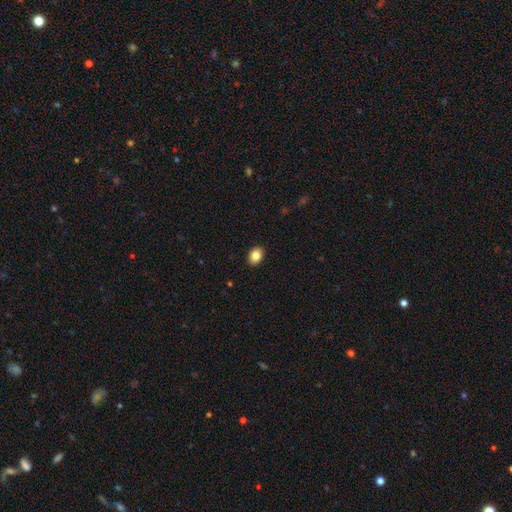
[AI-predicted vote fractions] Overall: smooth (84%). How rounded: in between (73%). Merging: none (90%).